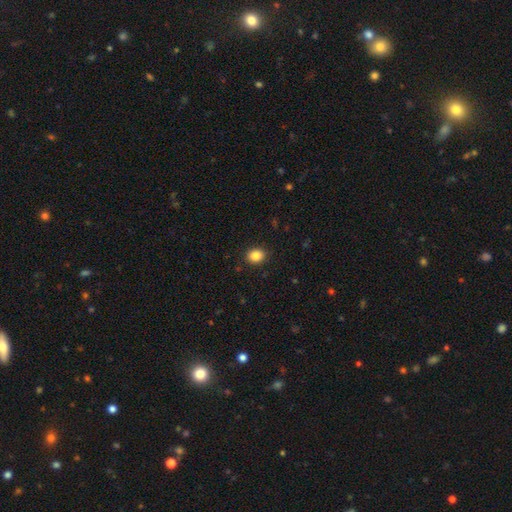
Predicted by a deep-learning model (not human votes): This is clearly a smooth galaxy (86%). How rounded: possibly round (51%). Merging: clearly none (90%).